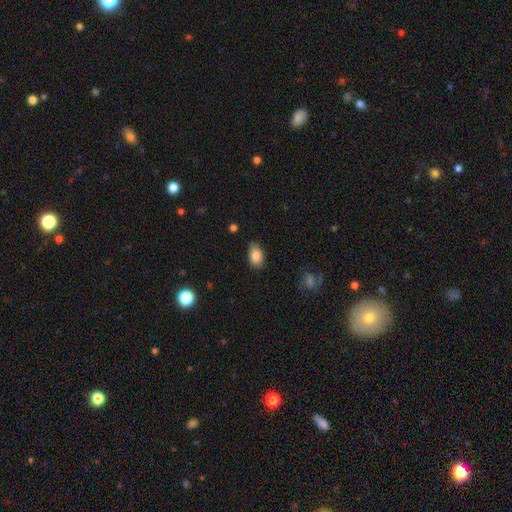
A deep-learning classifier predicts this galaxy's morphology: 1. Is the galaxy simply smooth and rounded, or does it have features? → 84% smooth, 8% star or artifact, 7% featured or disk.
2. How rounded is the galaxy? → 86% in between, 13% round, 2% cigar-shaped.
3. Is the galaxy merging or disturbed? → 71% none, 24% minor disturbance, 4% major disturbance, 1% merger.